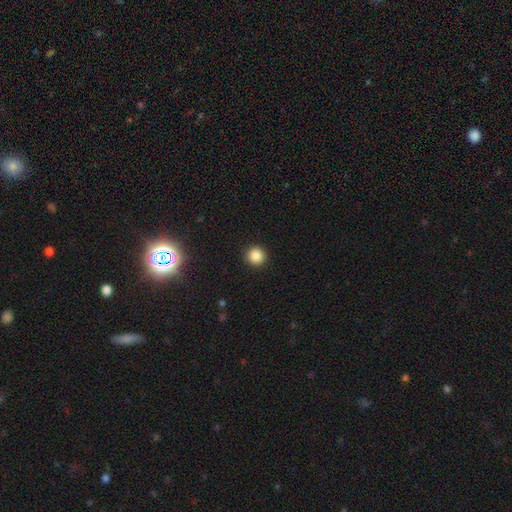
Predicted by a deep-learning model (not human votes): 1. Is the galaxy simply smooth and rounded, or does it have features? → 86% smooth, 11% star or artifact, 3% featured or disk.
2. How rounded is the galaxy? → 95% round, 4% in between, 1% cigar-shaped.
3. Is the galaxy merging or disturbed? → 92% none, 5% minor disturbance, 2% major disturbance, 1% merger.